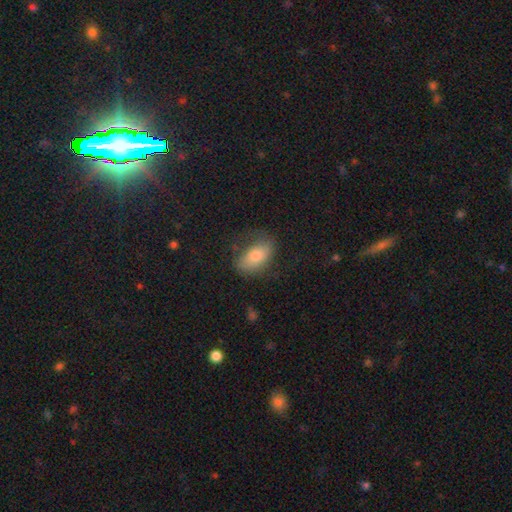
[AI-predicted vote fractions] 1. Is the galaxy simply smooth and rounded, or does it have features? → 72% smooth, 21% featured or disk, 7% star or artifact.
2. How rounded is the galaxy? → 90% in between, 6% round, 4% cigar-shaped.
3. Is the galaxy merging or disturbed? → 67% none, 22% minor disturbance, 9% major disturbance, 2% merger.